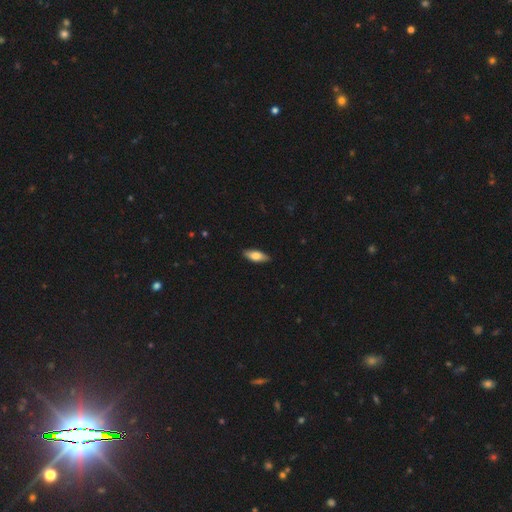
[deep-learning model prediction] Q: Smooth or featured?
A: smooth (72%); runner-up: featured or disk (22%)
Q: How rounded?
A: in between (73%); runner-up: cigar-shaped (25%)
Q: Merging?
A: none (88%); runner-up: minor disturbance (9%)